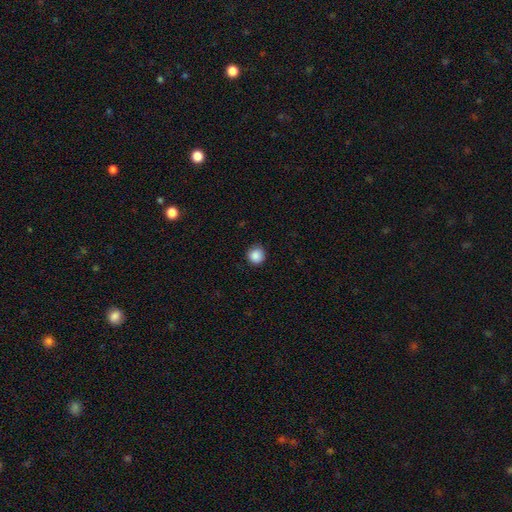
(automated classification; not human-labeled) A smooth galaxy with no disk features (88%) that is round (94%). Merging: none (88%).